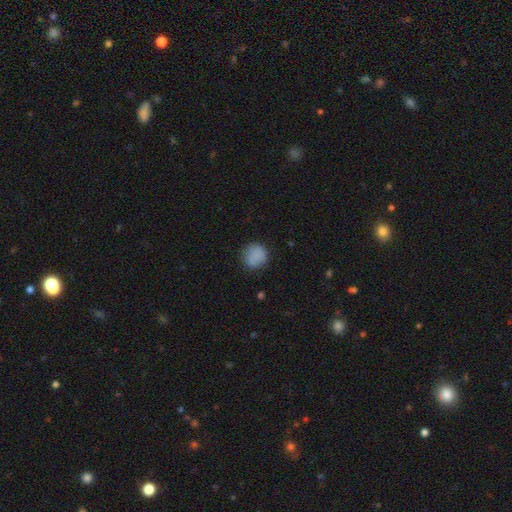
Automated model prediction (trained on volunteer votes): smooth_or_featured: smooth (p=0.84) [alt: star or artifact p=0.09]
how_rounded: round (p=0.87) [alt: in between p=0.12]
merging: none (p=0.77) [alt: minor disturbance p=0.17]